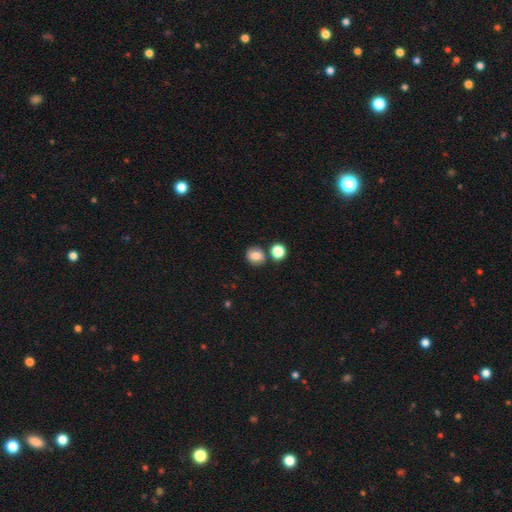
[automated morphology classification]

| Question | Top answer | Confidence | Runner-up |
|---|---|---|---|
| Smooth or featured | smooth | 78% | star or artifact (11%) |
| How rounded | round | 73% | in between (26%) |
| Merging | none | 72% | merger (13%) |